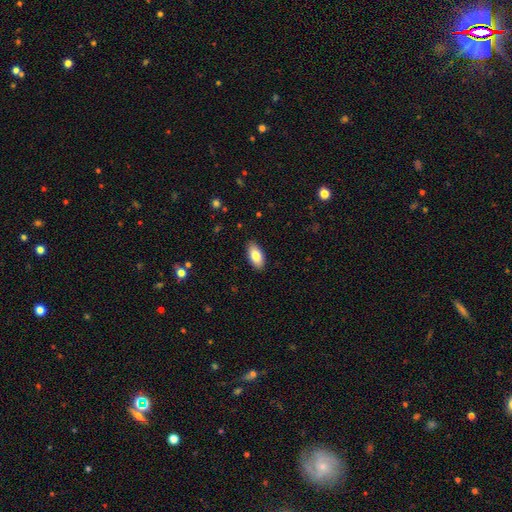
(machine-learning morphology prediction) smooth_or_featured: smooth (p=0.83) [alt: featured or disk p=0.10]
how_rounded: in between (p=0.93) [alt: cigar-shaped p=0.05]
merging: none (p=0.89) [alt: minor disturbance p=0.08]